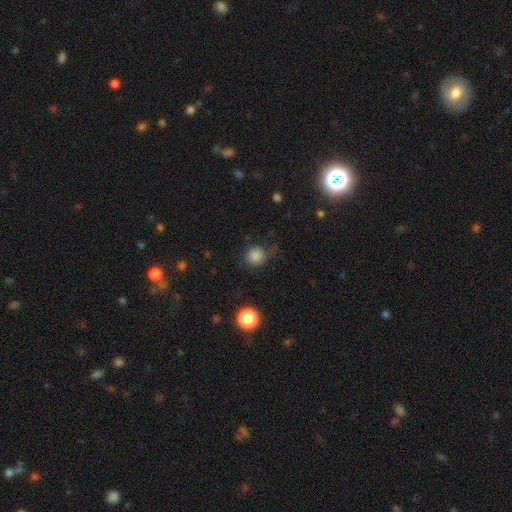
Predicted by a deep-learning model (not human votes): smooth-or-featured: smooth: 84% | star or artifact: 12% | featured or disk: 4%
  how-rounded: round: 89% | in between: 10% | cigar-shaped: 1%
  merging: none: 74% | minor disturbance: 17% | major disturbance: 7% | merger: 2%